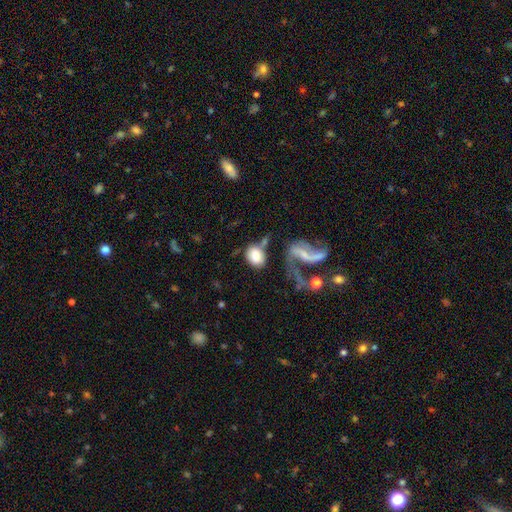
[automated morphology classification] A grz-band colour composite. It shows a smooth galaxy with no disk features (72%) that is in between round and cigar-shaped (63%). Merging: none (38%).